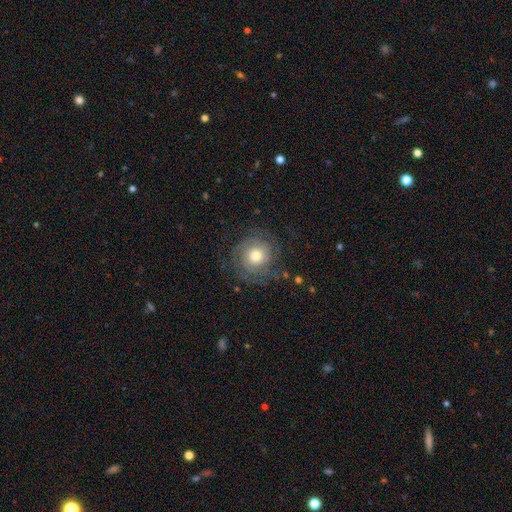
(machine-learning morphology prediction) Smooth or featured? Predicted: featured or disk (p=0.69). Edge-on disk? Predicted: no (p=0.98). Bar? Predicted: no (p=0.81). Spiral arms? Predicted: yes (p=0.90). Spiral winding? Predicted: tight (p=0.67). Spiral arm count? Predicted: 2 (p=0.36). Bulge size? Predicted: moderate (p=0.68). Merging? Predicted: none (p=0.74).